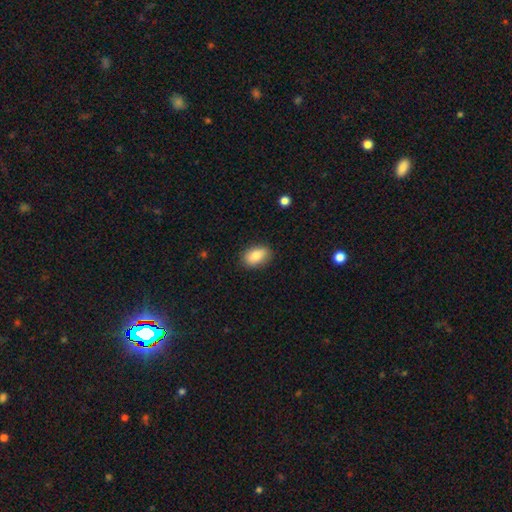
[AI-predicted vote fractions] This appears to be a smooth galaxy with no disk features (84%) that is in between round and cigar-shaped (88%). Merging: none (85%).